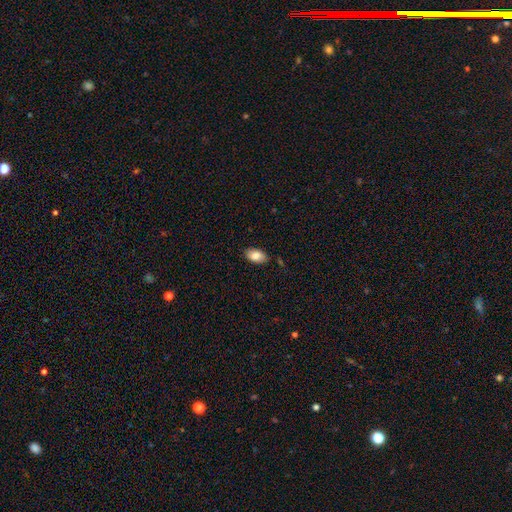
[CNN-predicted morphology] Smooth or featured?
  - smooth: 82% *
  - featured or disk: 11%
  - star or artifact: 7%
How rounded?
  - in between: 93% *
  - round: 5%
  - cigar-shaped: 2%
Merging?
  - none: 81% *
  - minor disturbance: 14%
  - major disturbance: 2%
  - merger: 2%